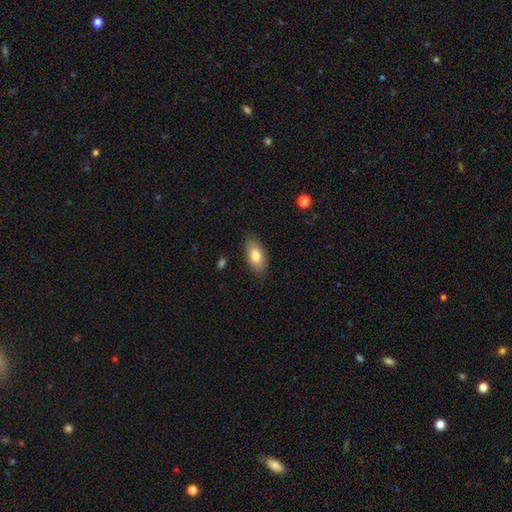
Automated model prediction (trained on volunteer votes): Morphology: type=smooth (78%); roundness=in between (90%); merging=none (86%).